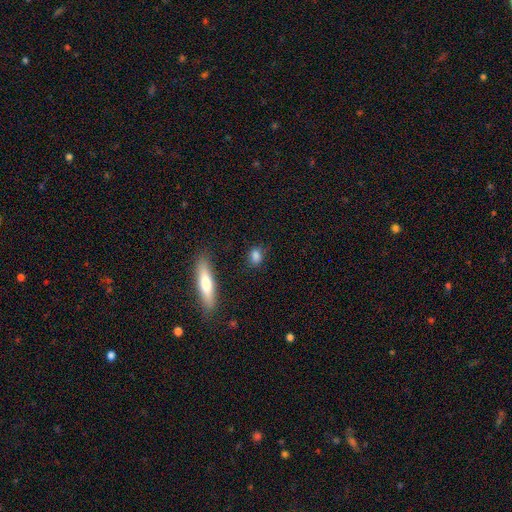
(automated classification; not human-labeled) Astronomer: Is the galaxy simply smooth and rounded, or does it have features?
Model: smooth — 82%.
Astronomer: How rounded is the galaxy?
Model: in between — 51% (runner-up: round, 40%).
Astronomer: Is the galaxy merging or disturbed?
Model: none — 78%.